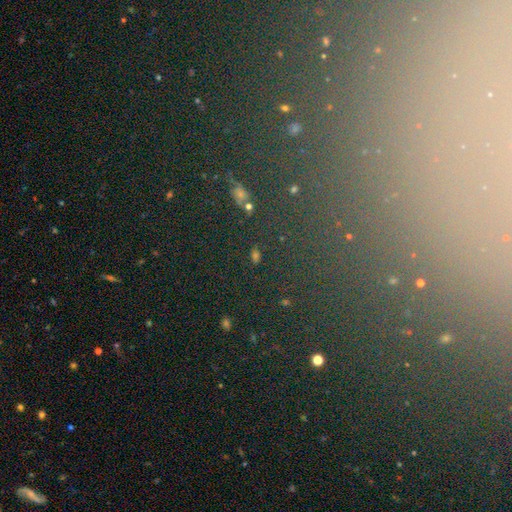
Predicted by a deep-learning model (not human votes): A star or artifact, not a galaxy (48%).